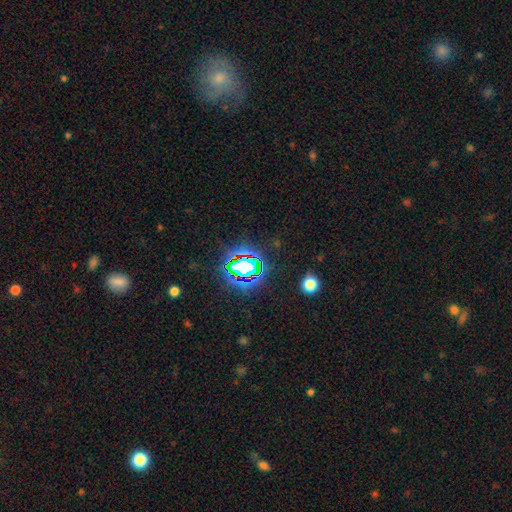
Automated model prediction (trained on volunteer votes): Smooth or featured: star or artifact — 78% (smooth — 14%)